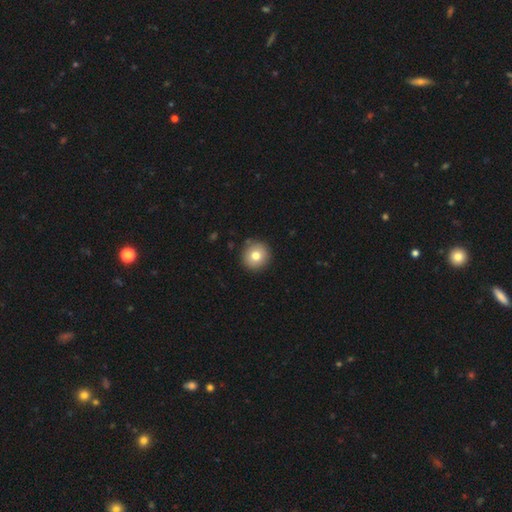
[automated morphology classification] smooth-or-featured: smooth: 78% | featured or disk: 12% | star or artifact: 10%
  how-rounded: round: 95% | in between: 4% | cigar-shaped: 1%
  merging: none: 89% | minor disturbance: 7% | major disturbance: 2% | merger: 2%